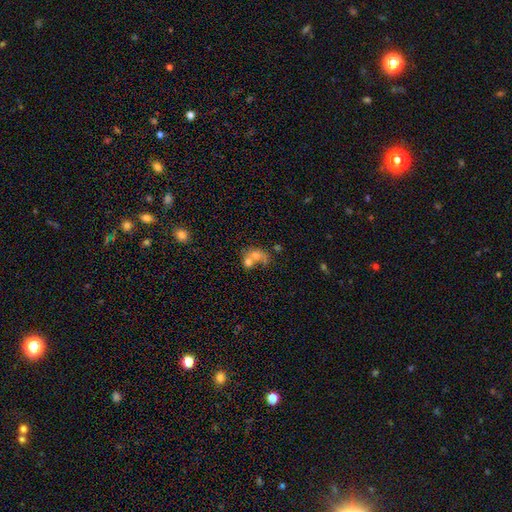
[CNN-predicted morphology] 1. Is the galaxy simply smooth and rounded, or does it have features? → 60% smooth, 27% featured or disk, 13% star or artifact.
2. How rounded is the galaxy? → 54% round, 45% in between, 2% cigar-shaped.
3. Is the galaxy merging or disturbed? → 67% merger, 18% none, 8% major disturbance, 7% minor disturbance.